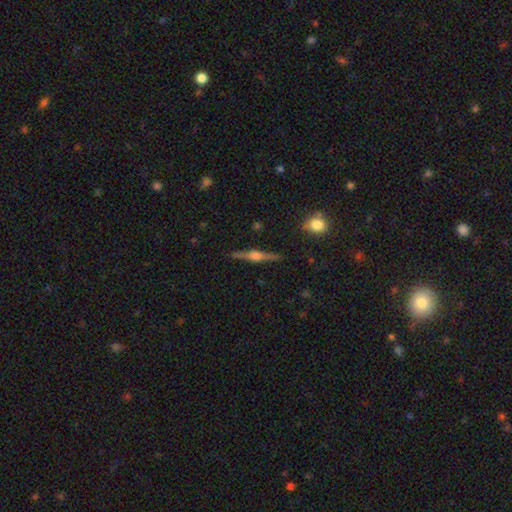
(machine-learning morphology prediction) Smooth or featured?
  - featured or disk: 81% *
  - smooth: 13%
  - star or artifact: 6%
Edge-on disk?
  - yes: 98% *
  - no: 2%
Edge-on bulge?
  - rounded: 89% *
  - boxy: 9%
  - none: 2%
Merging?
  - none: 90% *
  - minor disturbance: 7%
  - major disturbance: 2%
  - merger: 1%